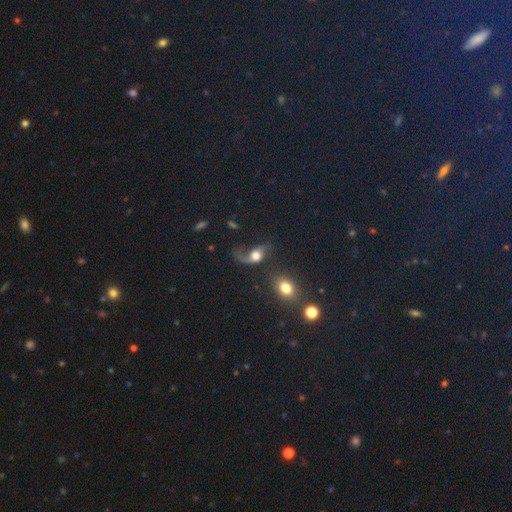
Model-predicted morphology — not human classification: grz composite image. It shows a featured or disk galaxy (66%) with no bar (68%), 2 (72%) loose (83%) spiral arms (88%) and a large central bulge (43%). Merging: none (40%).